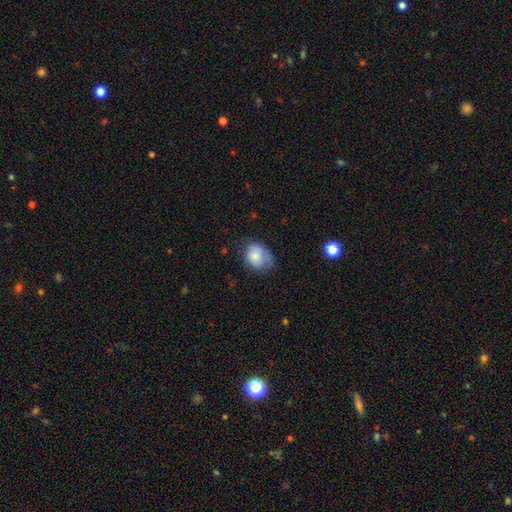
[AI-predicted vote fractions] Smooth or featured? Predicted: smooth (p=0.77). How rounded? Predicted: in between (p=0.59). Merging? Predicted: none (p=0.51).